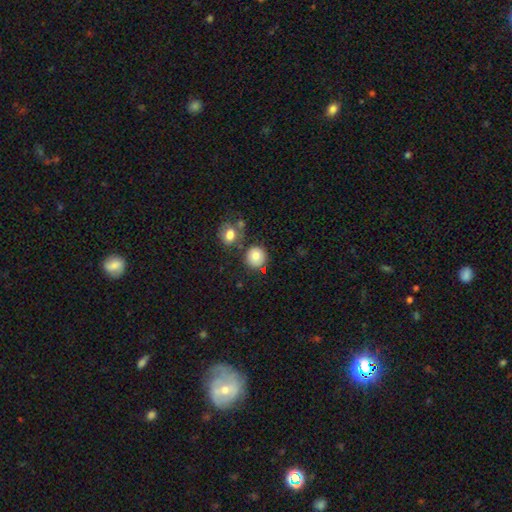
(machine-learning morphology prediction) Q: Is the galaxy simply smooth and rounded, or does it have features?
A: smooth — 81%.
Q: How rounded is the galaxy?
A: round — 89%.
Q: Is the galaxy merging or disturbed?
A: none — 75%.